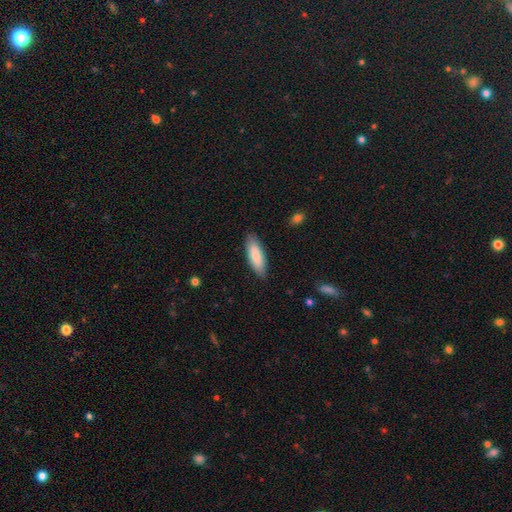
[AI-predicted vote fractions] smooth_or_featured: smooth (p=0.84) [alt: featured or disk p=0.11]
how_rounded: in between (p=0.60) [alt: cigar-shaped p=0.39]
merging: none (p=0.87) [alt: minor disturbance p=0.10]